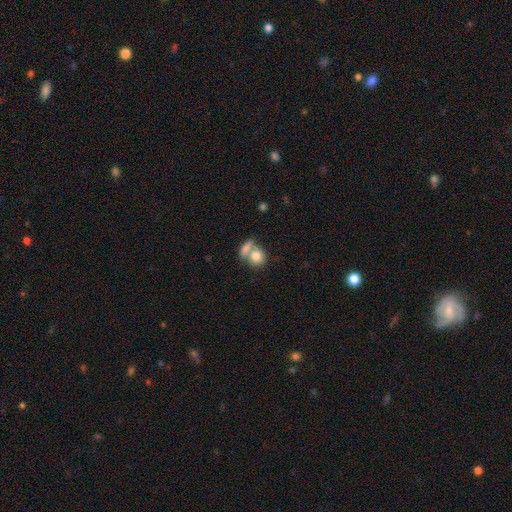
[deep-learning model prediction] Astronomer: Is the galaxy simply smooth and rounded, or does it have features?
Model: smooth — 81%.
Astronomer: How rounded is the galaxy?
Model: round — 67%.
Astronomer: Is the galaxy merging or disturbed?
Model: merger — 49% (runner-up: none, 38%).